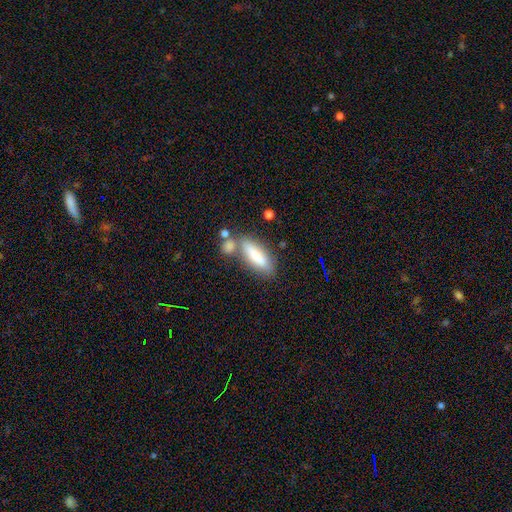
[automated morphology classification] Smooth or featured? Predicted: smooth (p=0.74). How rounded? Predicted: in between (p=0.52). Merging? Predicted: none (p=0.59).